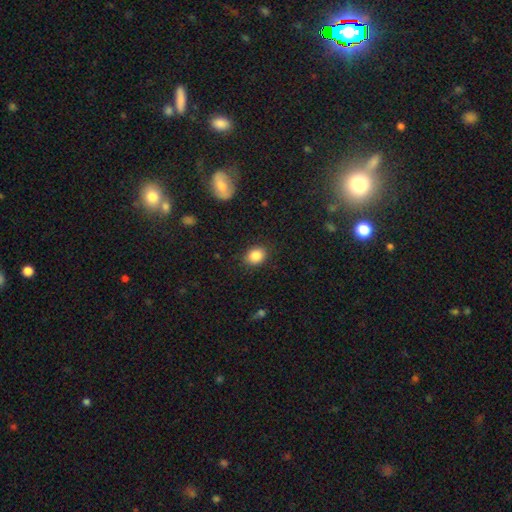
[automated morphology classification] A smooth galaxy with no disk features (86%) that is round (51%). Merging: none (86%).